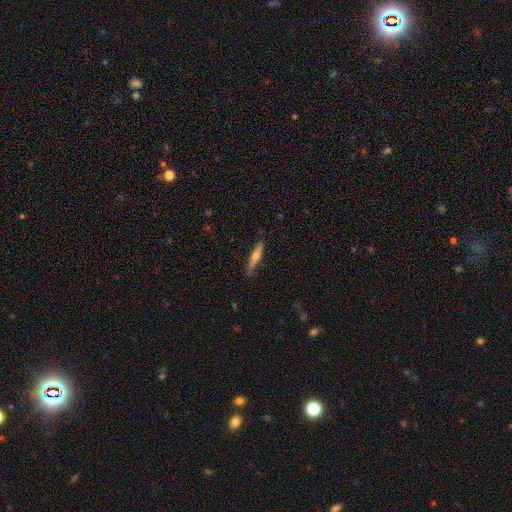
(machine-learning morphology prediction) A smooth galaxy with no disk features (50%). Merging: none (85%).